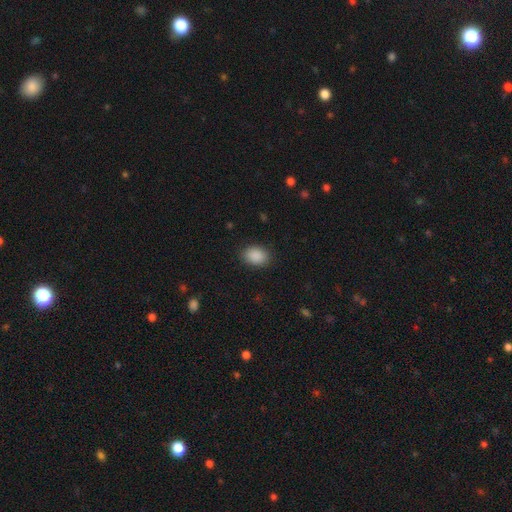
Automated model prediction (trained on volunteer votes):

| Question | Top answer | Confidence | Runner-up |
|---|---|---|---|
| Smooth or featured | smooth | 90% | star or artifact (8%) |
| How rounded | in between | 75% | round (24%) |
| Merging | none | 87% | minor disturbance (9%) |